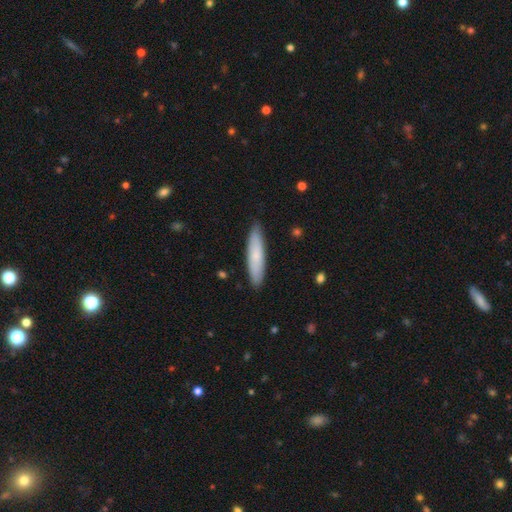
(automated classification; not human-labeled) Smooth or featured? smooth (74%)
How rounded? cigar-shaped (80%)
Merging? none (89%)